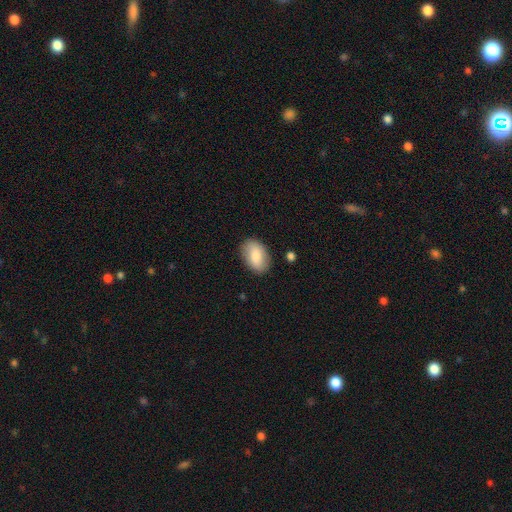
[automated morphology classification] Overall: smooth (80%). How rounded: in between (91%). Merging: none (84%).